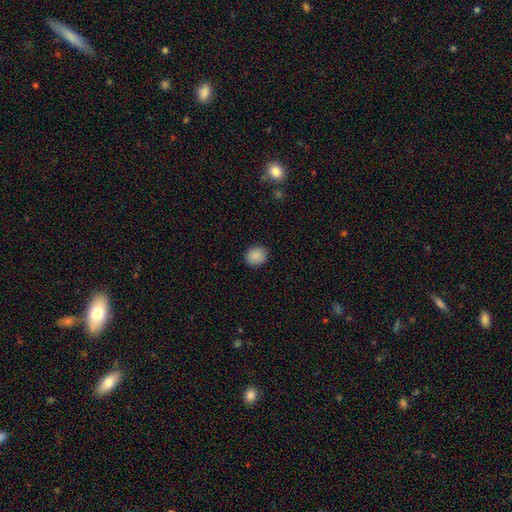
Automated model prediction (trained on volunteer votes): The model was most divided on "how rounded": round: 68%, in between: 32%, cigar-shaped: 1%. More confident: merging — none (89%); smooth or featured — smooth (88%).